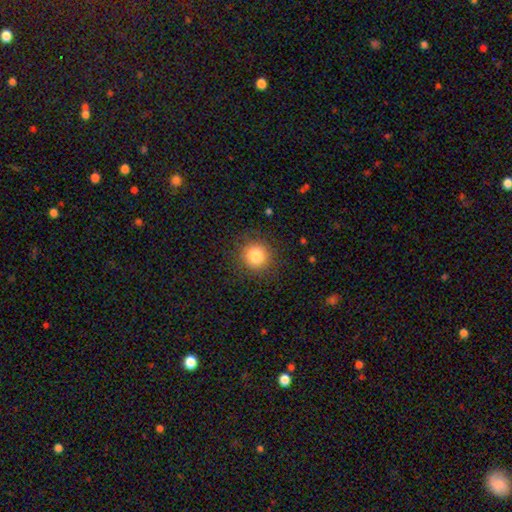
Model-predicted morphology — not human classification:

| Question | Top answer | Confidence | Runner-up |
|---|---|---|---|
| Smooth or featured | smooth | 82% | star or artifact (11%) |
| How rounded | round | 93% | in between (6%) |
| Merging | none | 87% | minor disturbance (8%) |